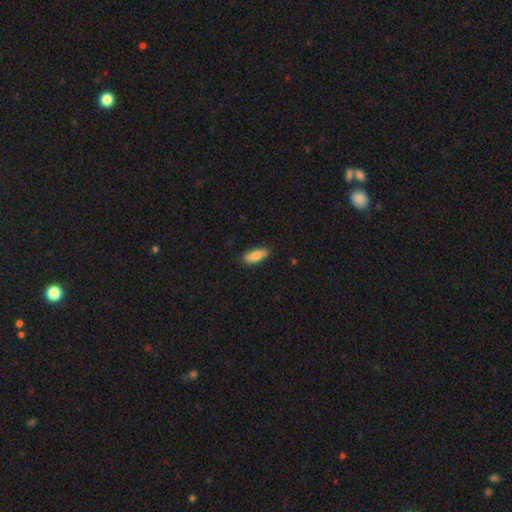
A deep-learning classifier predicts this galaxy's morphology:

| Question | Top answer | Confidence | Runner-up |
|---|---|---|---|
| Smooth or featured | smooth | 84% | featured or disk (10%) |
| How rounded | in between | 75% | cigar-shaped (23%) |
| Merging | none | 87% | minor disturbance (10%) |